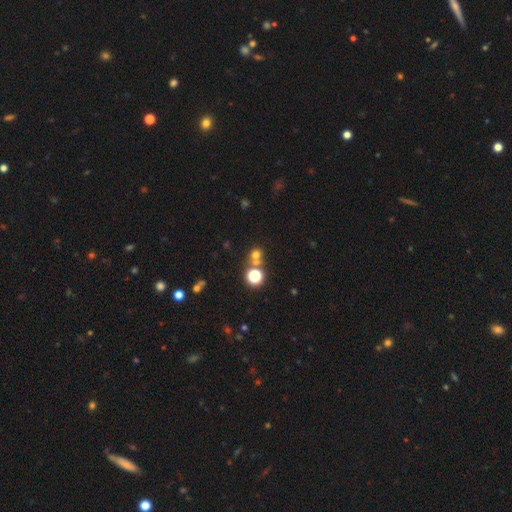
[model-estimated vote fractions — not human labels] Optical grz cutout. It shows a smooth galaxy with no disk features (63%) that is round (86%). Merging: none (62%).